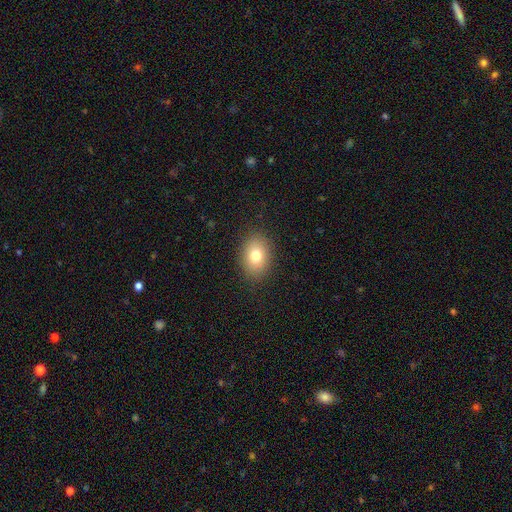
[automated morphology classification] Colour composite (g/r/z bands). It shows a smooth galaxy with no disk features (77%) that is in between round and cigar-shaped (72%). Merging: none (87%).